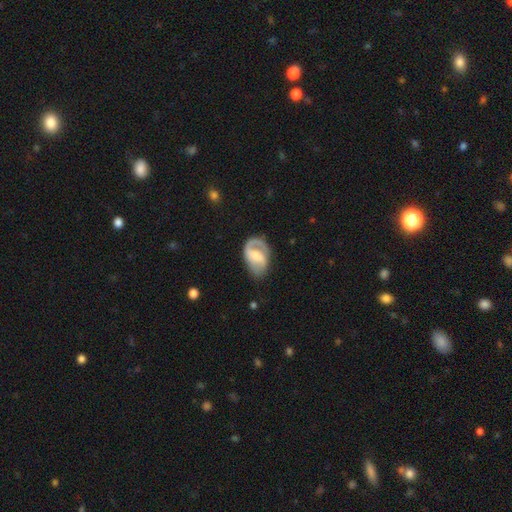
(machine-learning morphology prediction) This is likely a featured or disk galaxy (74%). It is clearly not viewed edge-on (97%). Bar: possibly weak (49%). Spiral arm pattern: clearly yes (89%). Spiral arm count: likely 2 (62%). Spiral winding: possibly medium (46%). Central bulge: marginally moderate (44%). Merging: possibly none (58%).